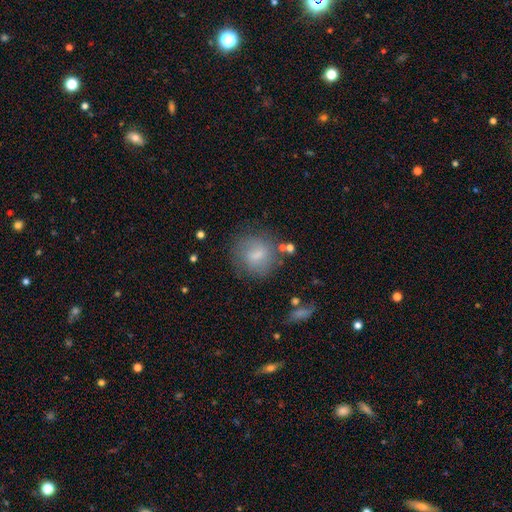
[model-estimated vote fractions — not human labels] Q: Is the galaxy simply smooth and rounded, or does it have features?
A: smooth — 68%.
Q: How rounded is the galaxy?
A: round — 78%.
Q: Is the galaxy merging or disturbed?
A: none — 72%.